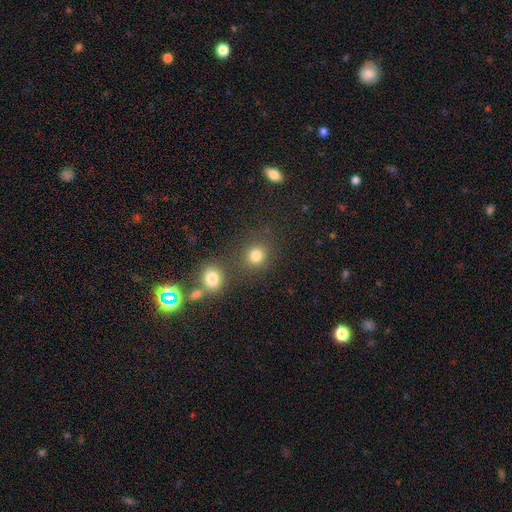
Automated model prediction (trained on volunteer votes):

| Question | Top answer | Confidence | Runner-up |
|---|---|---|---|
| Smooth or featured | smooth | 81% | star or artifact (14%) |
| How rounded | round | 85% | in between (14%) |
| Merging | none | 72% | merger (15%) |